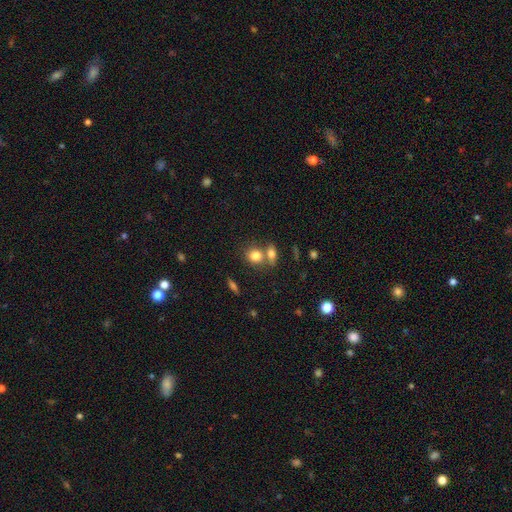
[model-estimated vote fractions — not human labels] Q: Smooth or featured?
A: smooth (79%); runner-up: featured or disk (11%)
Q: How rounded?
A: round (60%); runner-up: in between (38%)
Q: Merging?
A: none (47%); runner-up: merger (41%)